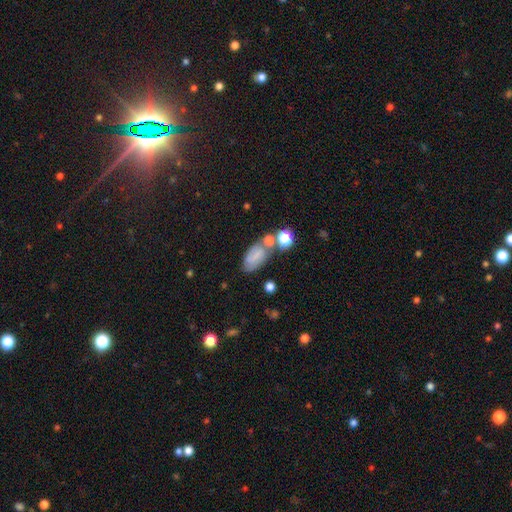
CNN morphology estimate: Overall: smooth (60%; featured or disk 28%). How rounded: in between (88%). Merging: none (49%; merger 21%).